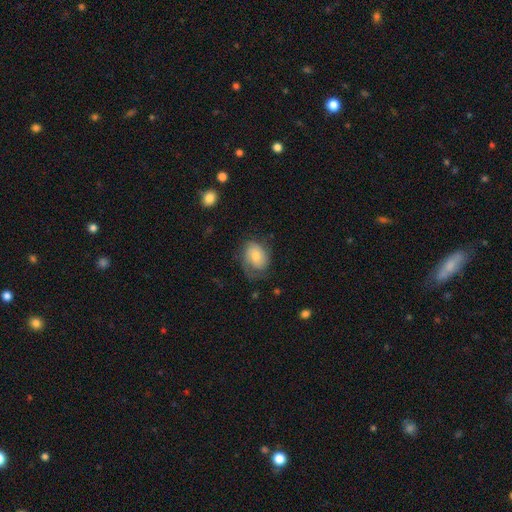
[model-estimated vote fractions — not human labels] A featured or disk galaxy (47%). Merging: none (54%).